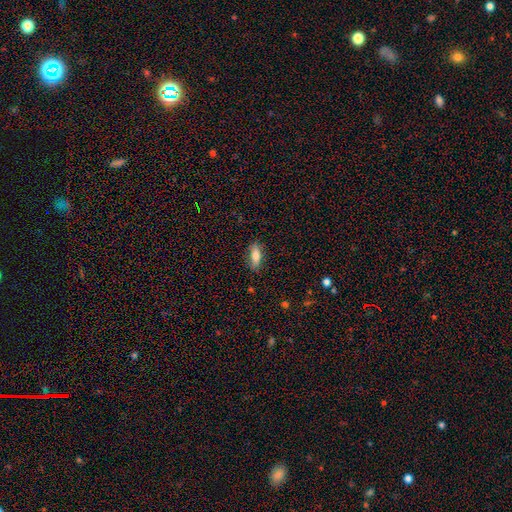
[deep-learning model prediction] Smooth or featured?
  - smooth: 72% *
  - featured or disk: 21%
  - star or artifact: 7%
How rounded?
  - in between: 70% *
  - cigar-shaped: 27%
  - round: 3%
Merging?
  - none: 84% *
  - minor disturbance: 12%
  - major disturbance: 2%
  - merger: 1%